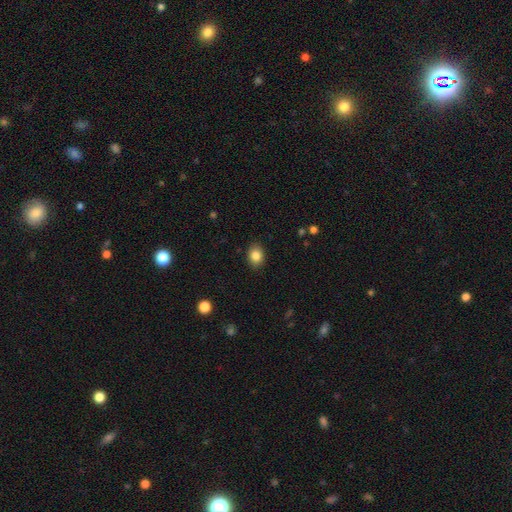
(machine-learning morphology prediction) smooth_or_featured: smooth (p=0.86) [alt: star or artifact p=0.09]
how_rounded: in between (p=0.60) [alt: round p=0.39]
merging: none (p=0.88) [alt: minor disturbance p=0.09]